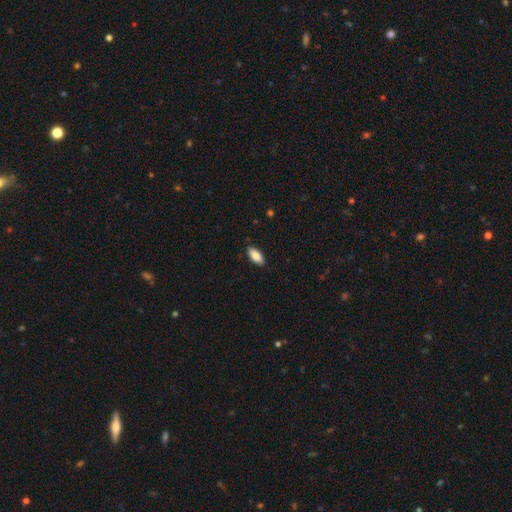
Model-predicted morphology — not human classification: A smooth galaxy with no disk features (84%) that is in between round and cigar-shaped (86%).

Vote fractions:
- Smooth or featured? smooth: 84% / featured or disk: 9% / star or artifact: 6%
- How rounded? in between: 86% / cigar-shaped: 12% / round: 2%
- Merging? none: 88% / minor disturbance: 9% / major disturbance: 2% / merger: 1%